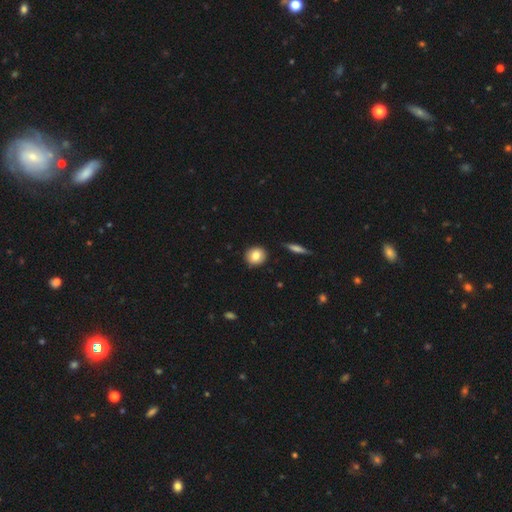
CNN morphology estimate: Q: Smooth or featured?
A: smooth (82%); runner-up: featured or disk (10%)
Q: How rounded?
A: round (83%); runner-up: in between (15%)
Q: Merging?
A: none (90%); runner-up: minor disturbance (7%)